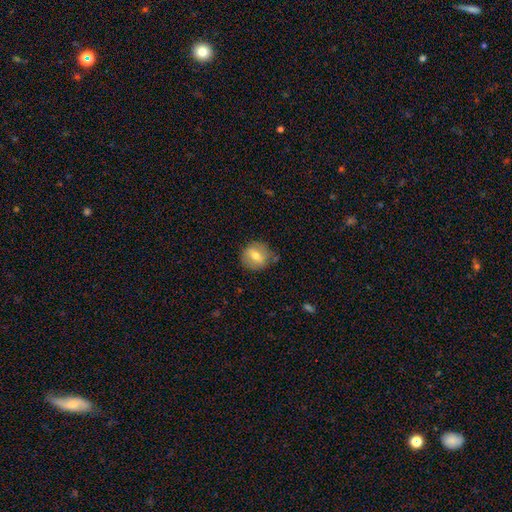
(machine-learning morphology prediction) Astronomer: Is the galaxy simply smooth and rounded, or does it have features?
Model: smooth — 59%.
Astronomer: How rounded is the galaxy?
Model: round — 81%.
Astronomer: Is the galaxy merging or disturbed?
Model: none — 75%.